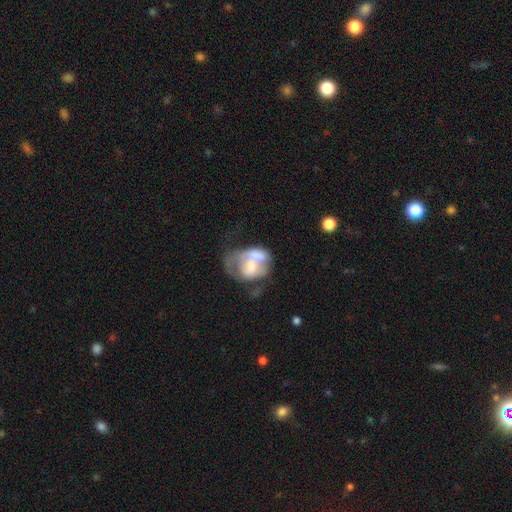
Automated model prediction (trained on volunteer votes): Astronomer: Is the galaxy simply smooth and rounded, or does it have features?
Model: featured or disk — 51% (runner-up: smooth, 42%).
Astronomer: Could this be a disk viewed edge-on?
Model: no — 97%.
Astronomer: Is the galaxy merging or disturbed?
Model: merger — 34% (runner-up: major disturbance, 32%).